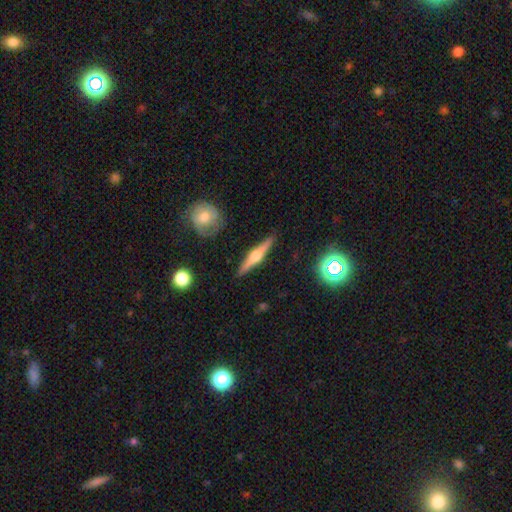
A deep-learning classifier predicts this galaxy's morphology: Smooth or featured?
  - featured or disk: 74% *
  - smooth: 21%
  - star or artifact: 6%
Edge-on disk?
  - yes: 98% *
  - no: 2%
Edge-on bulge?
  - rounded: 94% *
  - boxy: 4%
  - none: 2%
Merging?
  - none: 91% *
  - minor disturbance: 6%
  - major disturbance: 2%
  - merger: 1%